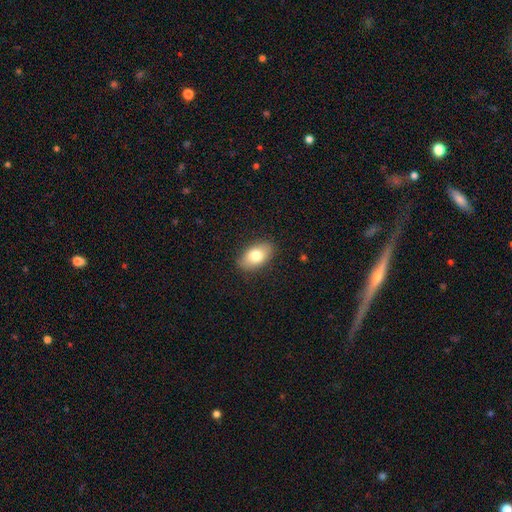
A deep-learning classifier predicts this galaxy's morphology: type=smooth (78%); roundness=in between (92%); merging=none (87%).